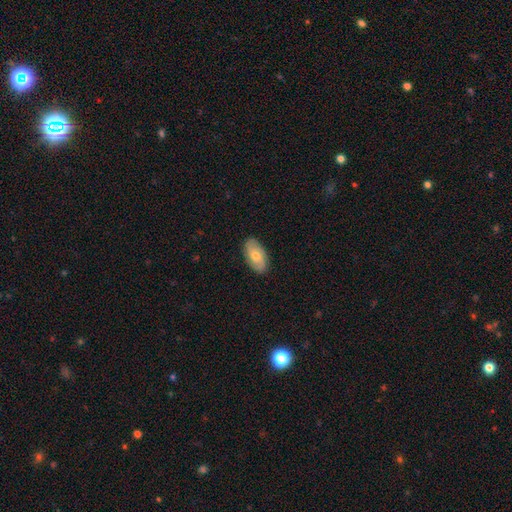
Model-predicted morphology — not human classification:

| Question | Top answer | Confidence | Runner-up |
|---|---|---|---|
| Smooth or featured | smooth | 58% | featured or disk (36%) |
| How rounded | in between | 93% | round (4%) |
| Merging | none | 87% | minor disturbance (10%) |